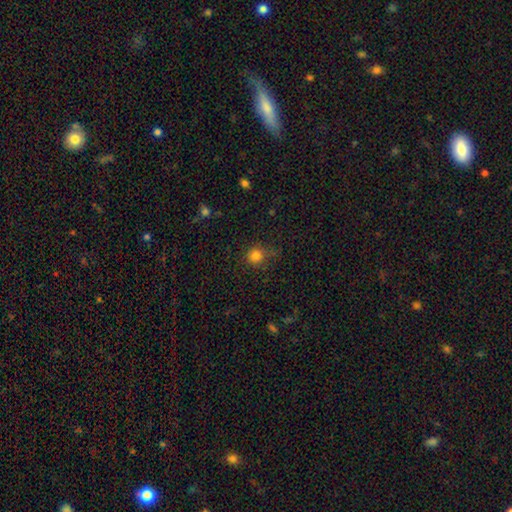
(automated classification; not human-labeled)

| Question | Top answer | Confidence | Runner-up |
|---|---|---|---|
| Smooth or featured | smooth | 80% | star or artifact (14%) |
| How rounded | round | 89% | in between (10%) |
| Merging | none | 73% | minor disturbance (18%) |